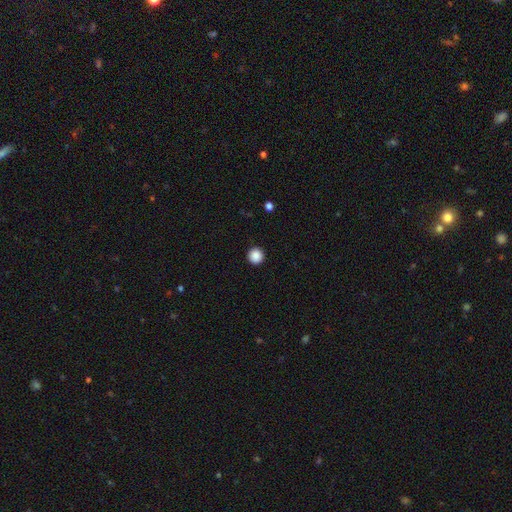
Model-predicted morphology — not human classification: type=smooth (88%); roundness=round (96%); merging=none (93%).